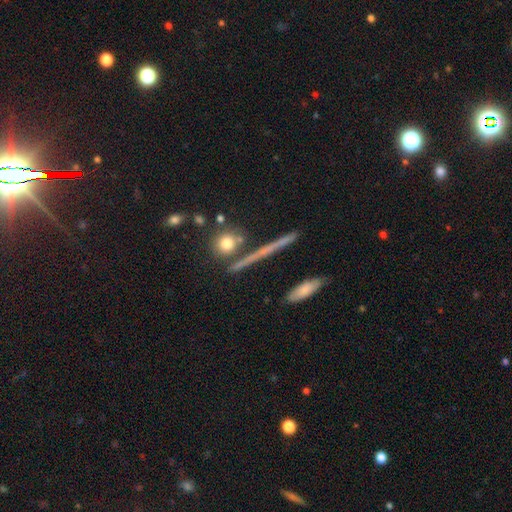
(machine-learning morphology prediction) Smooth or featured? Predicted: featured or disk (p=0.42). Merging? Predicted: none (p=0.70).